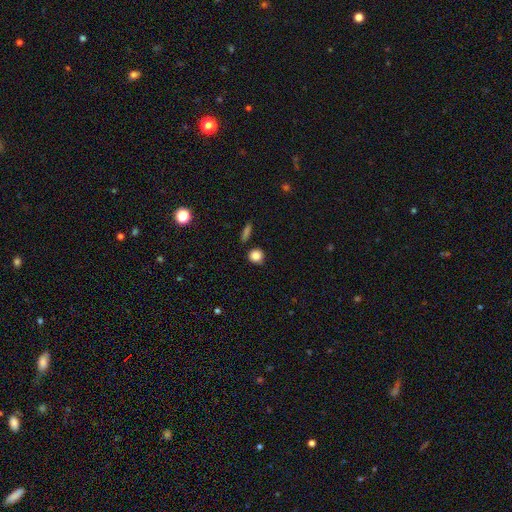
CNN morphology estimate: smooth 85%, star or artifact 10%, featured or disk 5%. Down the decision tree: how rounded — round (89%); merging — none (85%).